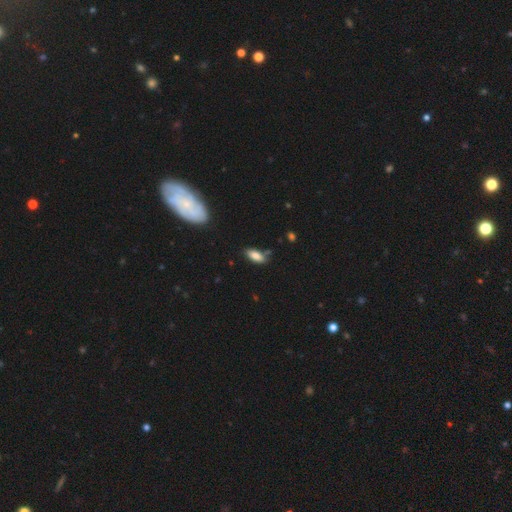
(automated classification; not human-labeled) This appears to be a smooth galaxy with no disk features (83%) that is in between round and cigar-shaped (84%). Merging: none (77%).